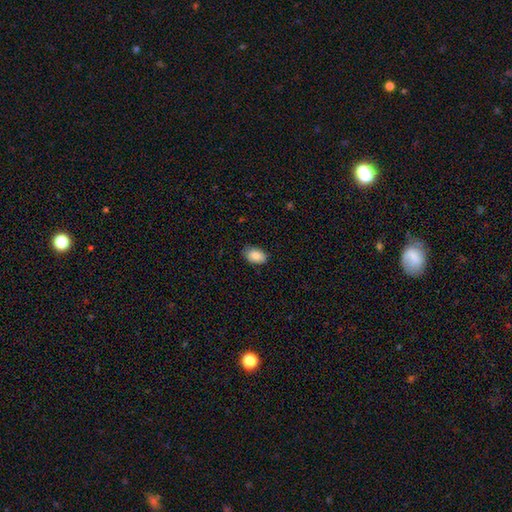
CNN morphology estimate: A smooth galaxy with no disk features (88%) that is in between round and cigar-shaped (91%).

Vote fractions:
- Smooth or featured? smooth: 88% / star or artifact: 7% / featured or disk: 5%
- How rounded? in between: 91% / round: 8% / cigar-shaped: 1%
- Merging? none: 82% / minor disturbance: 14% / major disturbance: 3% / merger: 1%